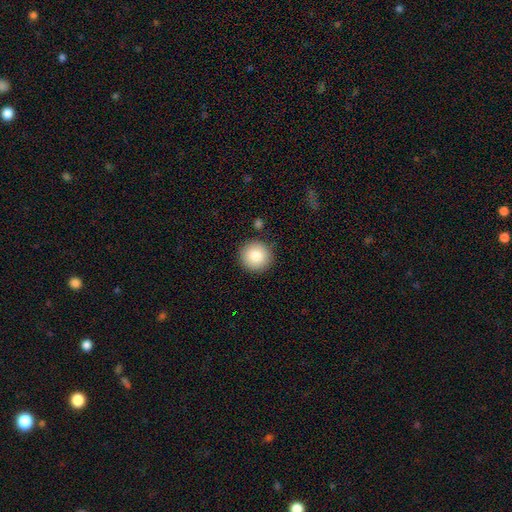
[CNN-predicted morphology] smooth_or_featured: smooth (p=0.85) [alt: star or artifact p=0.08]
how_rounded: round (p=0.94) [alt: in between p=0.05]
merging: none (p=0.88) [alt: minor disturbance p=0.08]